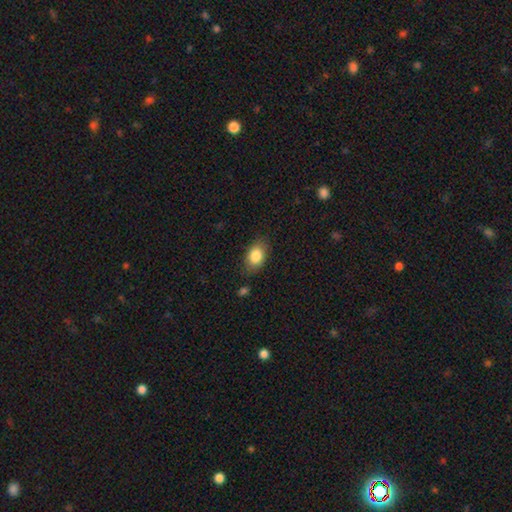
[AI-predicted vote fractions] Overall: smooth (84%). How rounded: in between (81%). Merging: none (79%).